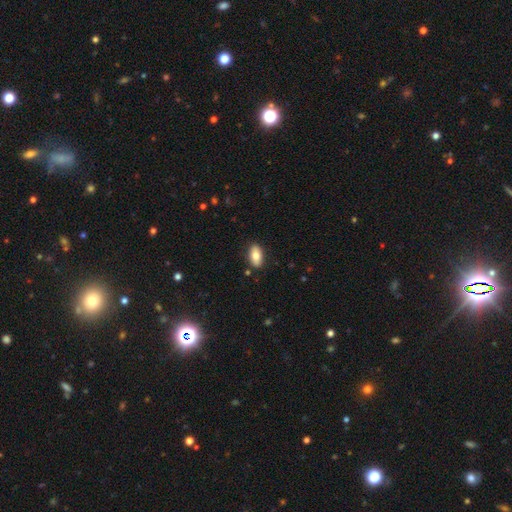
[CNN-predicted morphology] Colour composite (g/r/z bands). It shows a smooth galaxy with no disk features (80%) that is in between round and cigar-shaped (91%). Merging: none (87%).